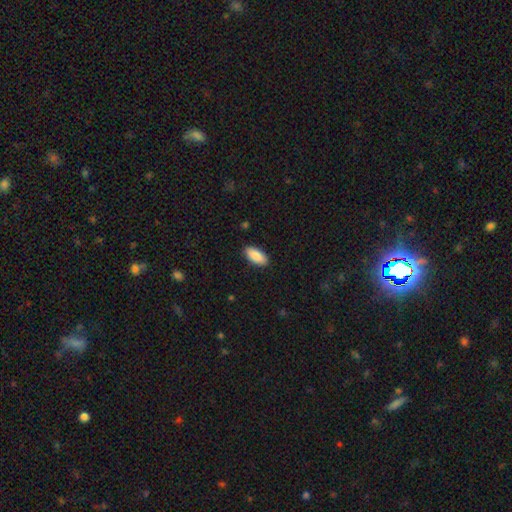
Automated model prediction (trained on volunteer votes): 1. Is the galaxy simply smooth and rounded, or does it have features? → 90% smooth, 6% star or artifact, 5% featured or disk.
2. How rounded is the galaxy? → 90% in between, 8% cigar-shaped, 2% round.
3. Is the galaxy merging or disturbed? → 89% none, 8% minor disturbance, 2% major disturbance, 1% merger.